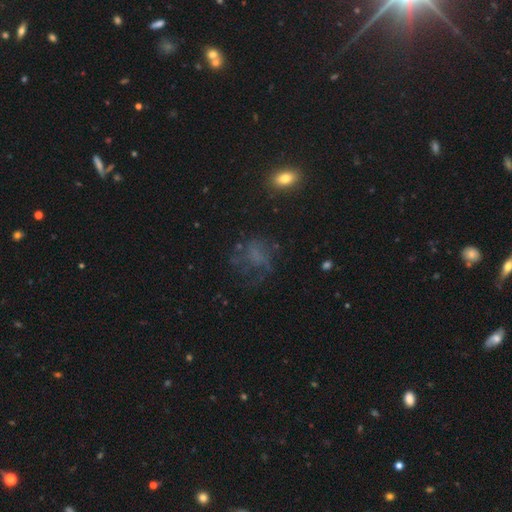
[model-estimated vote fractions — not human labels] Morphology: type=featured or disk (41%); merging=none (48%).